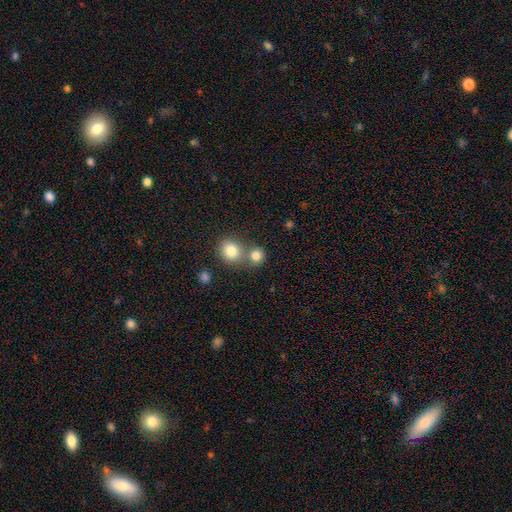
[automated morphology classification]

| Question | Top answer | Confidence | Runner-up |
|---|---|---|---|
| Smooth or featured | smooth | 81% | star or artifact (12%) |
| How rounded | round | 85% | in between (14%) |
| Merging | none | 52% | merger (39%) |